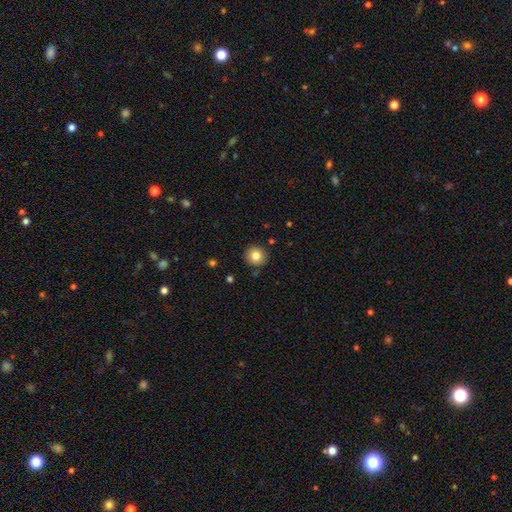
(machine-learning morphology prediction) Overall: smooth (81%). How rounded: round (94%). Merging: none (89%).